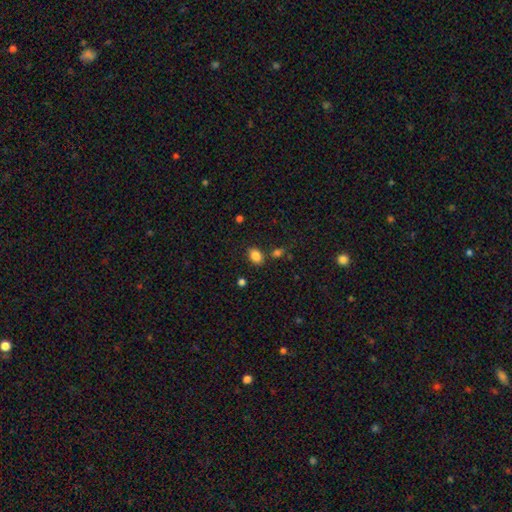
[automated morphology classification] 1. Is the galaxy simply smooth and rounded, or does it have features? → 85% smooth, 10% star or artifact, 5% featured or disk.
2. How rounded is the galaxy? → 79% in between, 20% round, 1% cigar-shaped.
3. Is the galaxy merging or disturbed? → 76% none, 12% minor disturbance, 8% merger, 4% major disturbance.